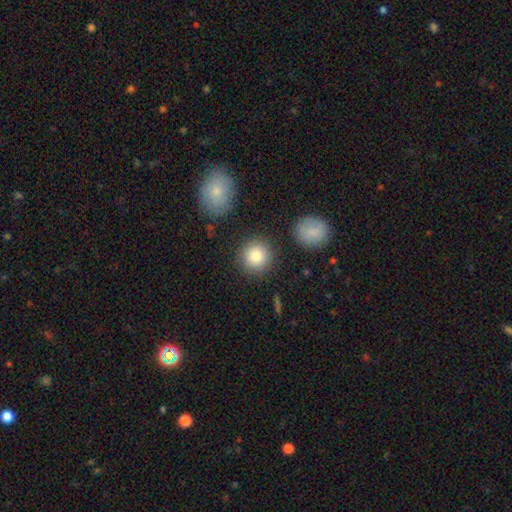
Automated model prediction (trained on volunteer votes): A smooth galaxy with no disk features (85%) that is round (92%).

Vote fractions:
- Smooth or featured? smooth: 85% / star or artifact: 8% / featured or disk: 7%
- How rounded? round: 92% / in between: 7% / cigar-shaped: 1%
- Merging? none: 86% / minor disturbance: 7% / merger: 4% / major disturbance: 3%